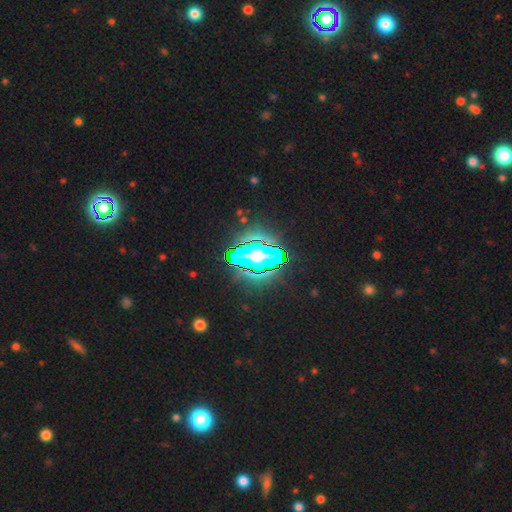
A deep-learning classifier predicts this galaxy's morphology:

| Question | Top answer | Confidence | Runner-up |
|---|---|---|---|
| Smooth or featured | star or artifact | 65% | smooth (18%) |